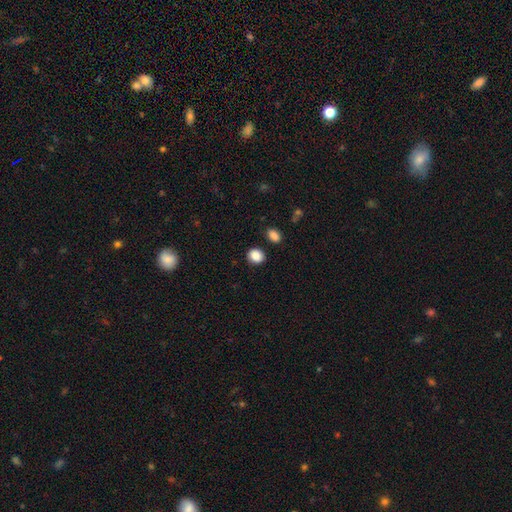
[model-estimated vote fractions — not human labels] Overall: smooth (88%). How rounded: round (66%; in between 33%). Merging: none (84%).